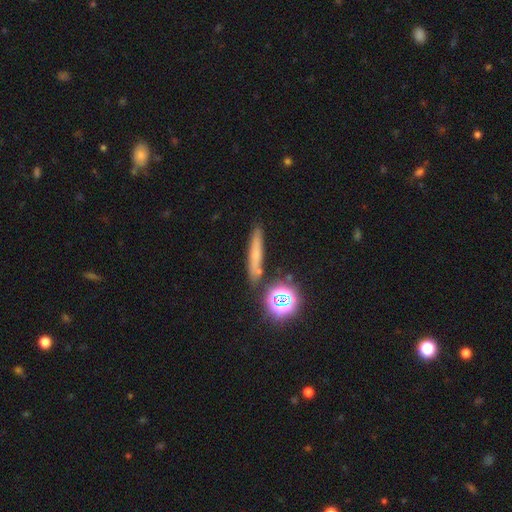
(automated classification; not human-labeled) Smooth or featured? Predicted: smooth (p=0.53). How rounded? Predicted: cigar-shaped (p=0.79). Merging? Predicted: none (p=0.83).